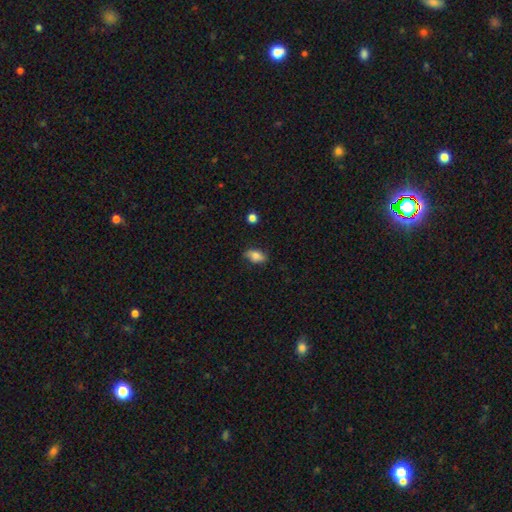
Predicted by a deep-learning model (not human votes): This is likely a smooth galaxy (76%). How rounded: clearly in between (89%). Merging: likely none (71%).